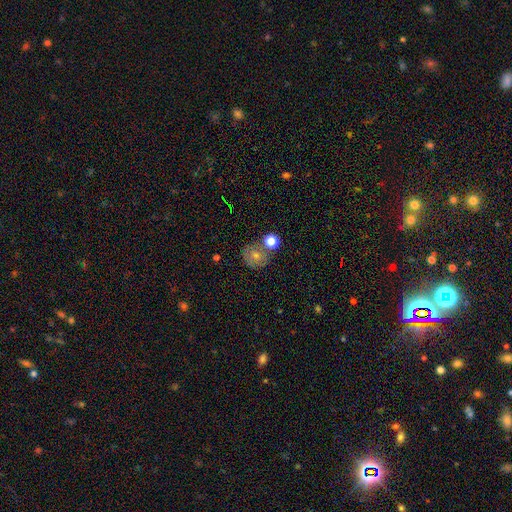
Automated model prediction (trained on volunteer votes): A smooth galaxy with no disk features (68%) that is round (79%).

Vote fractions:
- Smooth or featured? smooth: 68% / featured or disk: 18% / star or artifact: 14%
- How rounded? round: 79% / in between: 20% / cigar-shaped: 1%
- Merging? none: 58% / merger: 20% / minor disturbance: 15% / major disturbance: 6%